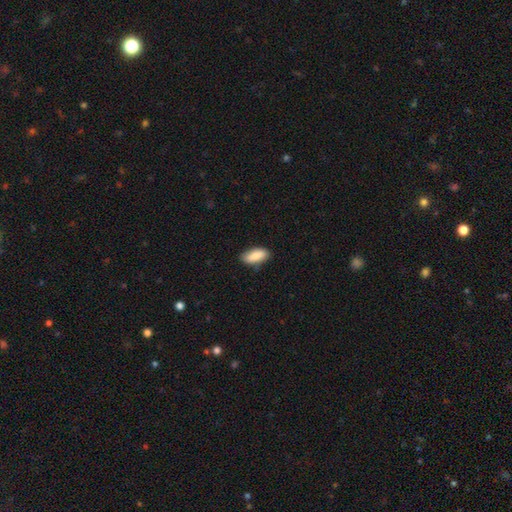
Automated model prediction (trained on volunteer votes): Overall: smooth (86%). How rounded: in between (86%). Merging: none (83%).